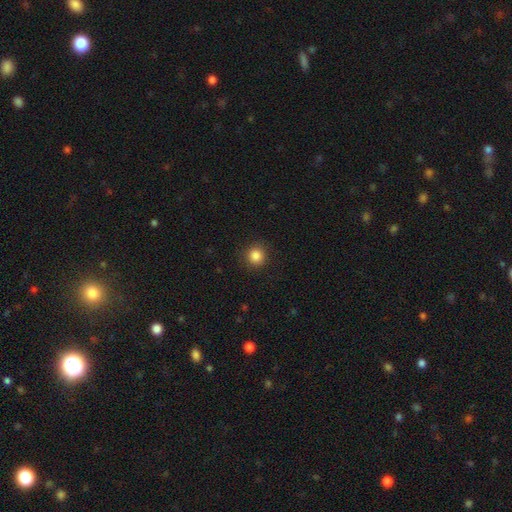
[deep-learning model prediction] Morphology: type=smooth (85%); roundness=round (92%); merging=none (90%).